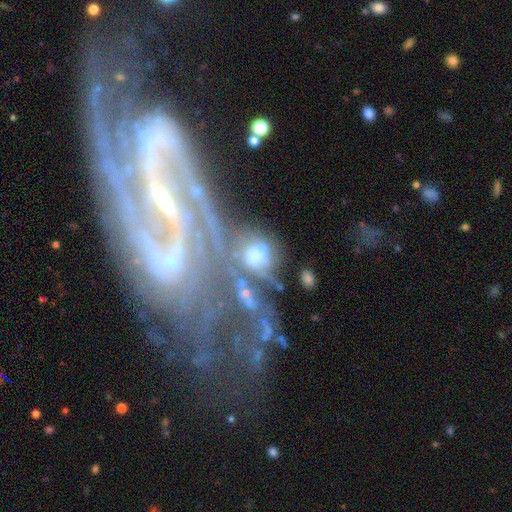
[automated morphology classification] A featured or disk galaxy (50%). Merging: merger (41%).